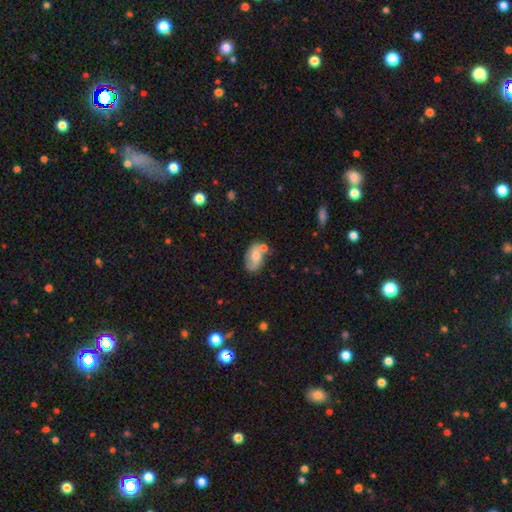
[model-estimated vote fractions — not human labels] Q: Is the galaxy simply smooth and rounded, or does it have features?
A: smooth — 59%.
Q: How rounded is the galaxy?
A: in between — 90%.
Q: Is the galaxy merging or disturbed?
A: none — 48%.